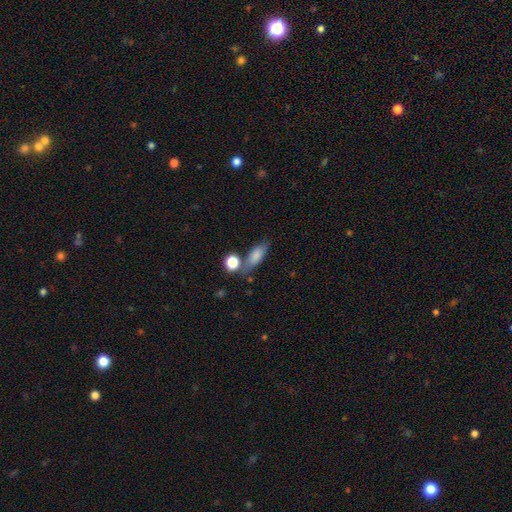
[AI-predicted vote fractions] Morphology: type=smooth (79%); roundness=in between (70%); merging=none (61%).